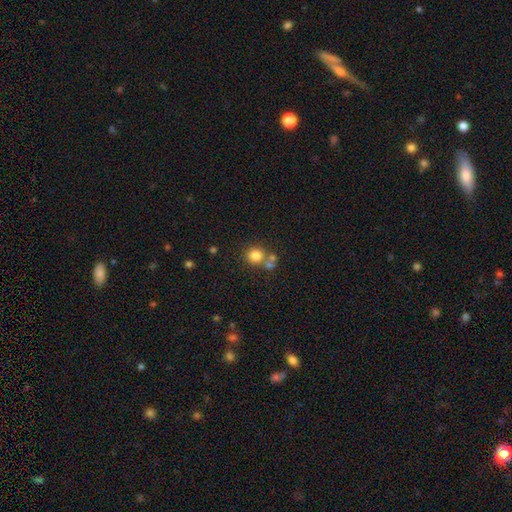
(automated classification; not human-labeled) The model was most divided on "merging": none: 63%, merger: 25%, minor disturbance: 8%, major disturbance: 3%. More confident: how rounded — round (90%); smooth or featured — smooth (80%).